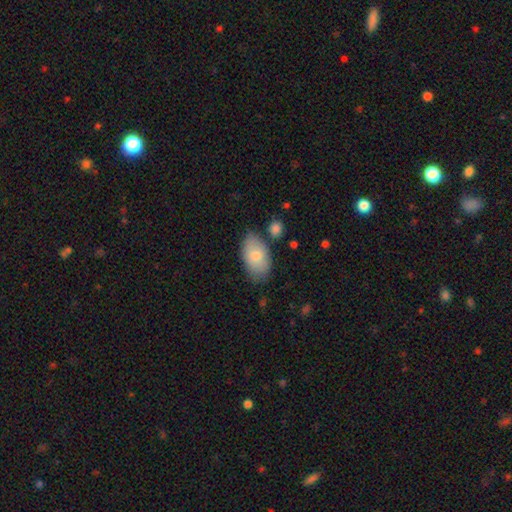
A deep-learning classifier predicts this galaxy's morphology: Smooth or featured? smooth (80%)
How rounded? in between (94%)
Merging? none (71%)